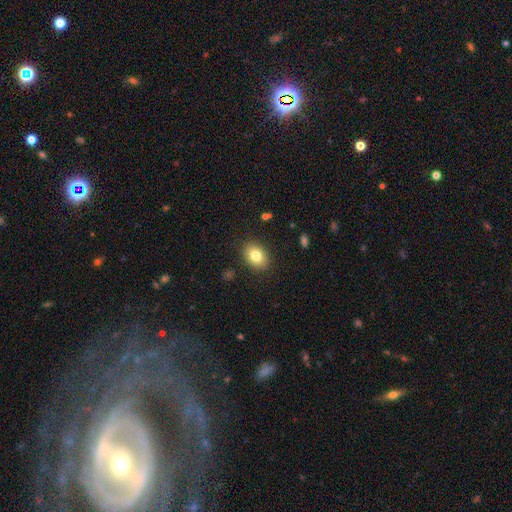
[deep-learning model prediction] Overall: smooth (81%). How rounded: in between (72%). Merging: none (88%).